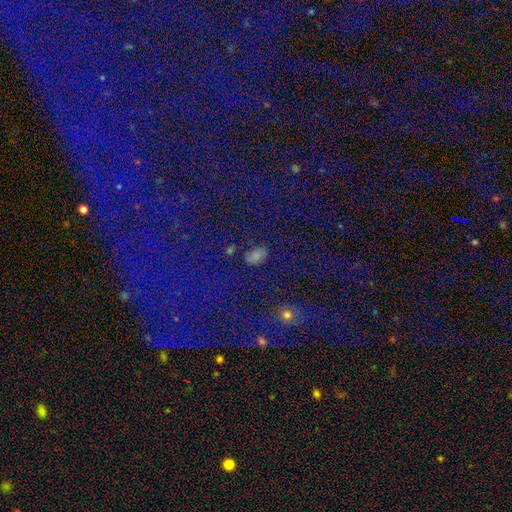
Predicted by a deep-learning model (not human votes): The model was most divided on "smooth or featured": smooth: 51%, star or artifact: 40%, featured or disk: 9%. More confident: how rounded — in between (84%); merging — none (76%).